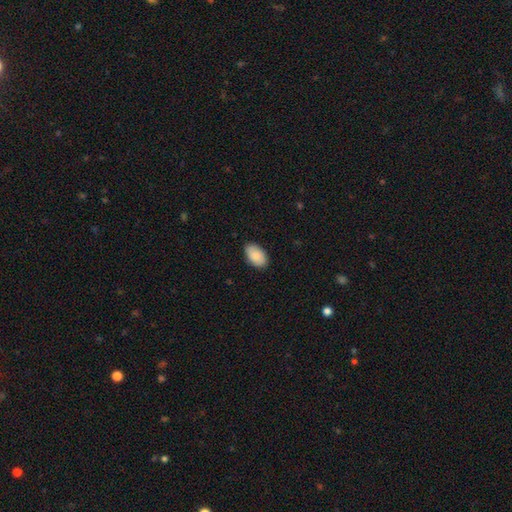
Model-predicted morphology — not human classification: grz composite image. It shows a smooth galaxy with no disk features (85%) that is in between round and cigar-shaped (94%). Merging: none (84%).